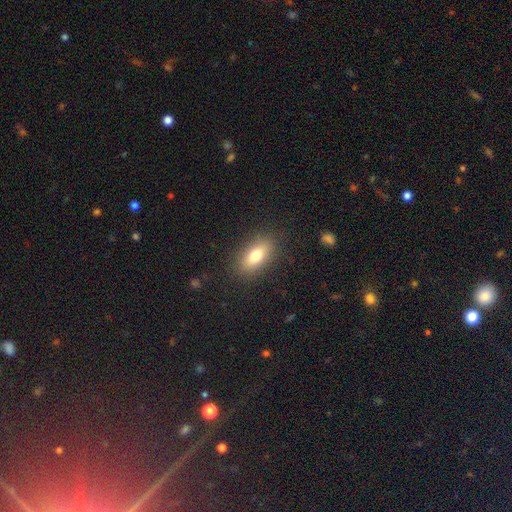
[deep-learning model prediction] Smooth or featured: smooth — 74% (featured or disk — 17%)
How rounded: in between — 79% (cigar-shaped — 15%)
Merging: none — 87% (minor disturbance — 9%)